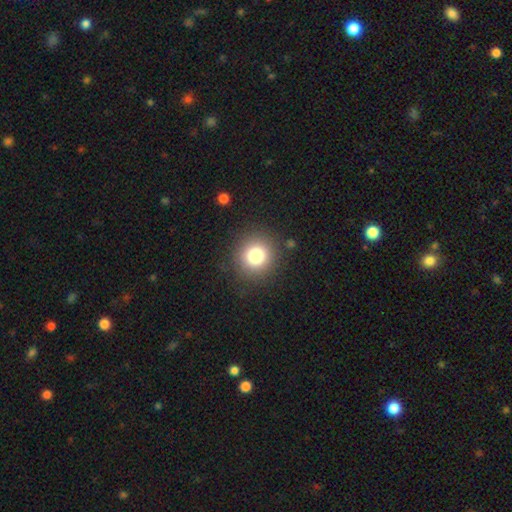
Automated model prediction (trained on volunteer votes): A smooth galaxy with no disk features (80%) that is round (93%). Merging: none (89%).